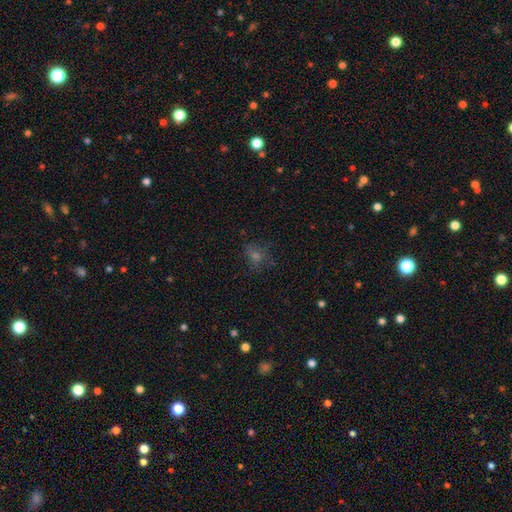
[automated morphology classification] A smooth galaxy with no disk features (44%).

Vote fractions:
- Smooth or featured? smooth: 44% / star or artifact: 36% / featured or disk: 19%
- Merging? none: 71% / minor disturbance: 16% / major disturbance: 10% / merger: 2%